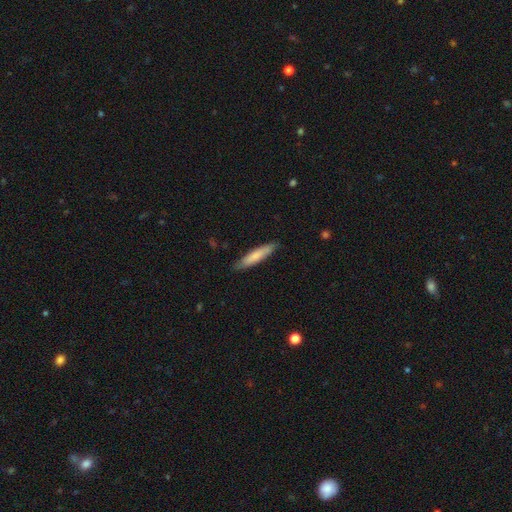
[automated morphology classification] Q: Smooth or featured?
A: smooth (74%); runner-up: featured or disk (21%)
Q: How rounded?
A: cigar-shaped (85%); runner-up: in between (14%)
Q: Merging?
A: none (85%); runner-up: minor disturbance (12%)